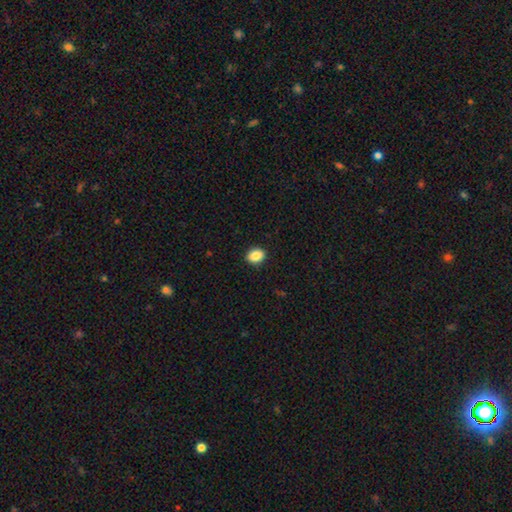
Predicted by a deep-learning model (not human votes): Overall: smooth (88%). How rounded: in between (56%; round 43%). Merging: none (91%).